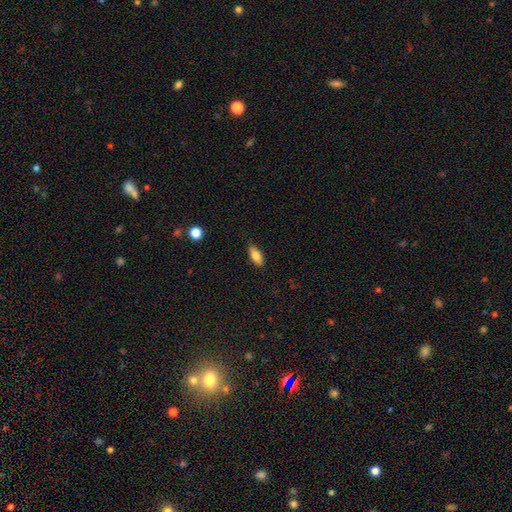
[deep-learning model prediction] smooth 79%, featured or disk 14%, star or artifact 7%. Down the decision tree: how rounded — in between (82%); merging — none (84%).